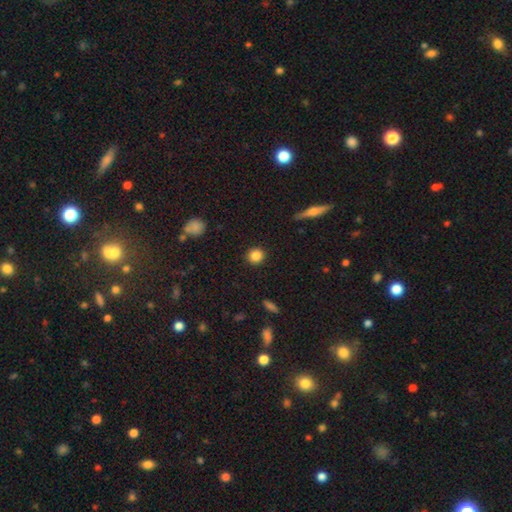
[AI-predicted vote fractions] A smooth galaxy with no disk features (86%) that is round (89%).

Vote fractions:
- Smooth or featured? smooth: 86% / star or artifact: 9% / featured or disk: 4%
- How rounded? round: 89% / in between: 10% / cigar-shaped: 1%
- Merging? none: 91% / minor disturbance: 5% / major disturbance: 2% / merger: 1%